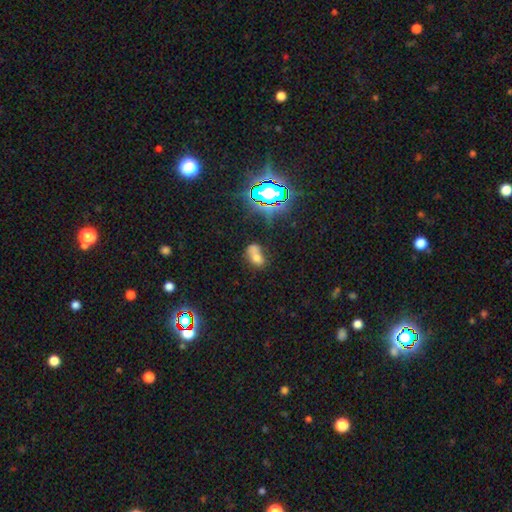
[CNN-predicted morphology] This is likely a smooth galaxy (61%). How rounded: likely in between (77%). Merging: possibly merger (47%).